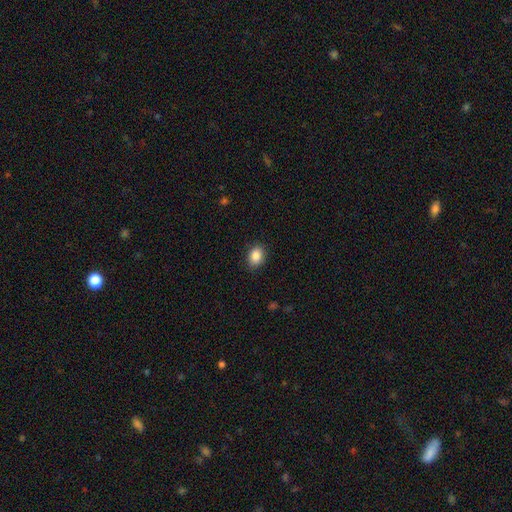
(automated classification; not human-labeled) Overall: smooth (87%). How rounded: in between (62%; round 37%). Merging: none (88%).